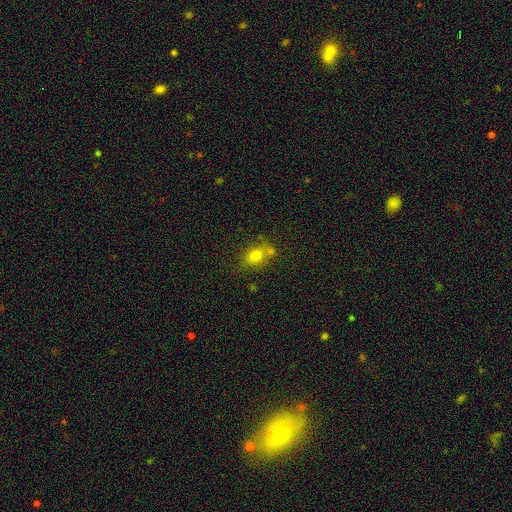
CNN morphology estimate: smooth 74%, star or artifact 14%, featured or disk 13%. Down the decision tree: how rounded — in between (50%); merging — none (55%).